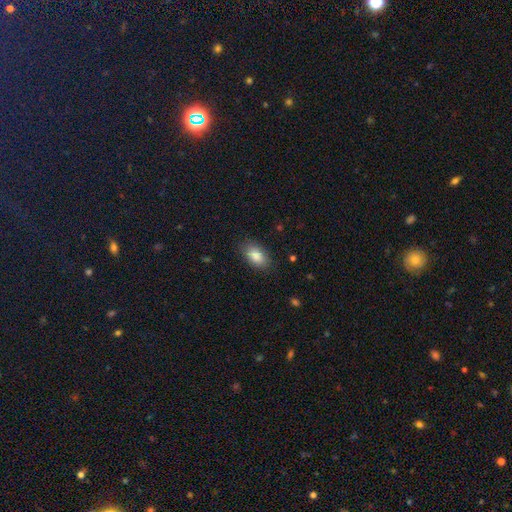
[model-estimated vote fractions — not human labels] Smooth or featured: smooth — 86% (star or artifact — 7%)
How rounded: in between — 92% (round — 6%)
Merging: none — 84% (minor disturbance — 12%)